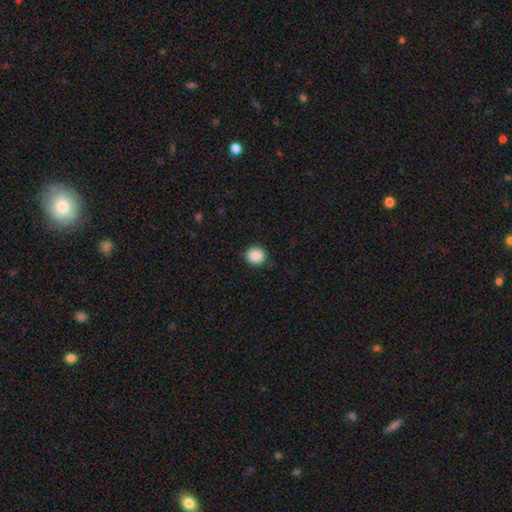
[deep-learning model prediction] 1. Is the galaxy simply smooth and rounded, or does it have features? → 89% smooth, 8% star or artifact, 3% featured or disk.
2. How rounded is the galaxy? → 87% round, 12% in between, 1% cigar-shaped.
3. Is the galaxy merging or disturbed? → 89% none, 8% minor disturbance, 2% major disturbance, 1% merger.